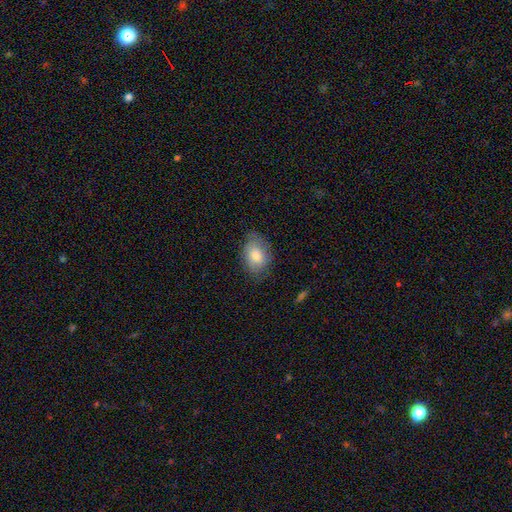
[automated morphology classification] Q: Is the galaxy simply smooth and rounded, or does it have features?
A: smooth — 76%.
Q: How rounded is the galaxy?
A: in between — 84%.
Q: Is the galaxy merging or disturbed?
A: none — 72%.